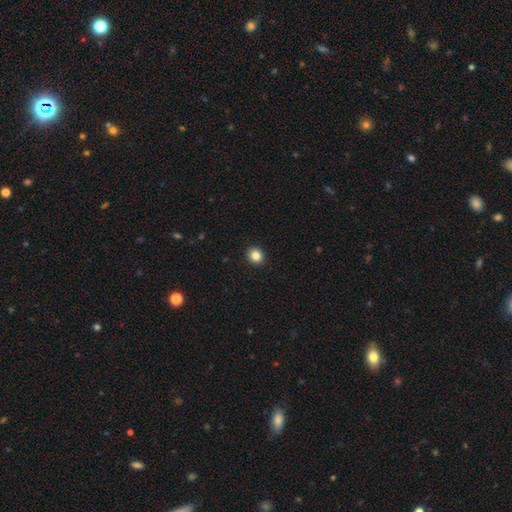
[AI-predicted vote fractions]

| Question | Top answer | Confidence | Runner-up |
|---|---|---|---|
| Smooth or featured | smooth | 85% | star or artifact (10%) |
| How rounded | round | 80% | in between (19%) |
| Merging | none | 92% | minor disturbance (5%) |